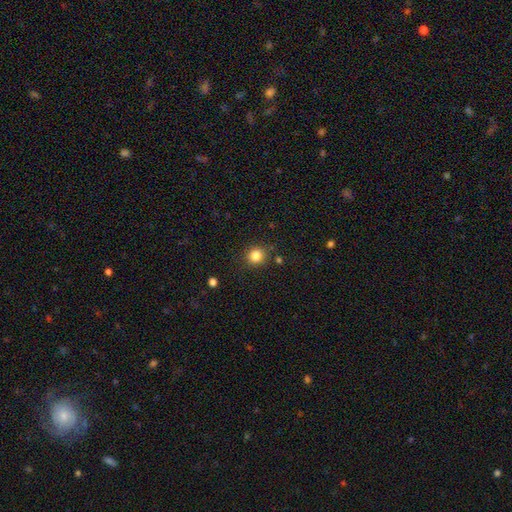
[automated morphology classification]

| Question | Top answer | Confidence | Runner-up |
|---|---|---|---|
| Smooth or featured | smooth | 84% | star or artifact (12%) |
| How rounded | round | 87% | in between (13%) |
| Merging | none | 86% | minor disturbance (8%) |